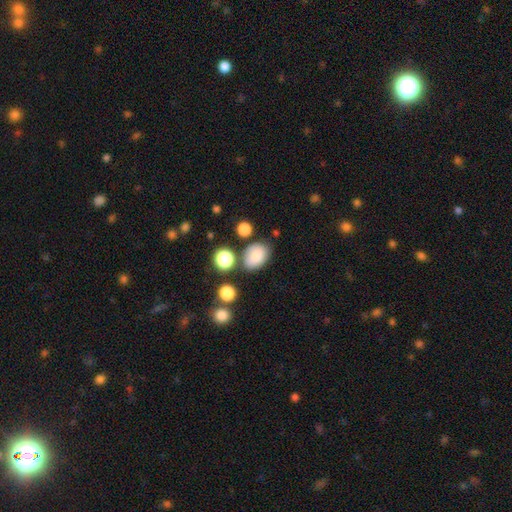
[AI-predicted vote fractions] This appears to be a smooth galaxy with no disk features (81%) that is in between round and cigar-shaped (74%). Merging: none (69%).